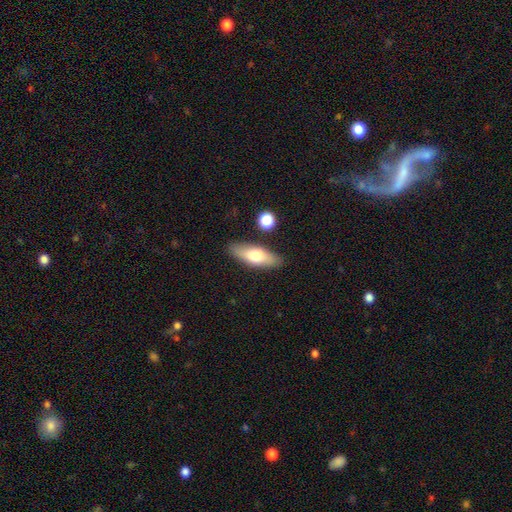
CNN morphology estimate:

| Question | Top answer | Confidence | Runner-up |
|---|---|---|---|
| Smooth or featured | smooth | 66% | featured or disk (28%) |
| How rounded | in between | 61% | cigar-shaped (36%) |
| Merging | none | 84% | minor disturbance (10%) |